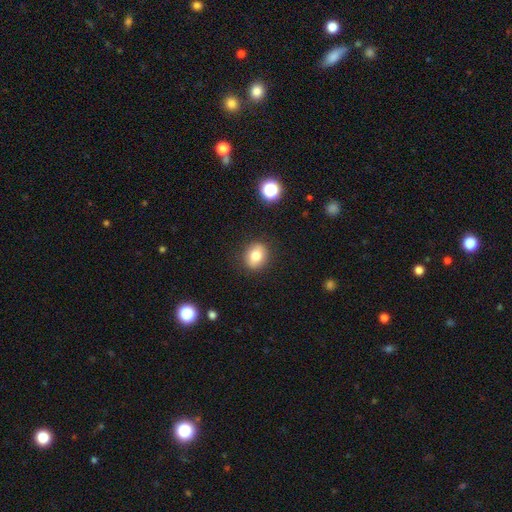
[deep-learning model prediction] A smooth galaxy with no disk features (77%) that is round (56%).

Vote fractions:
- Smooth or featured? smooth: 77% / featured or disk: 13% / star or artifact: 10%
- How rounded? round: 56% / in between: 43% / cigar-shaped: 1%
- Merging? none: 87% / minor disturbance: 9% / major disturbance: 3% / merger: 1%